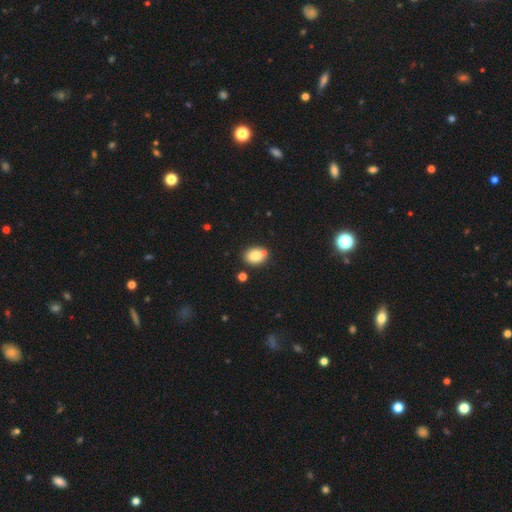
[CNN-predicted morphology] Smooth or featured: smooth — 81% (featured or disk — 9%)
How rounded: in between — 62% (round — 37%)
Merging: none — 71% (minor disturbance — 14%)